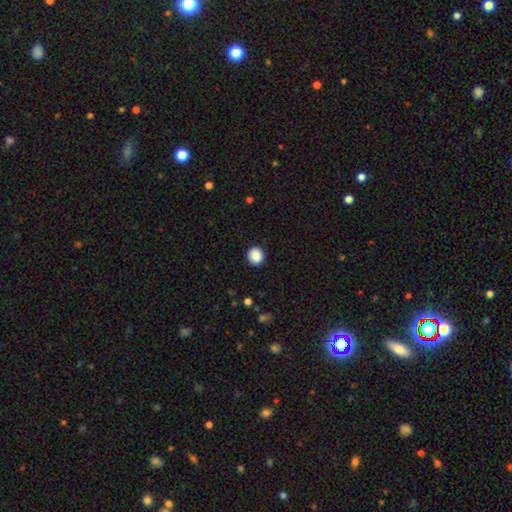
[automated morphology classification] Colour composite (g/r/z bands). It shows a smooth galaxy with no disk features (89%) that is round (88%). Merging: none (91%).